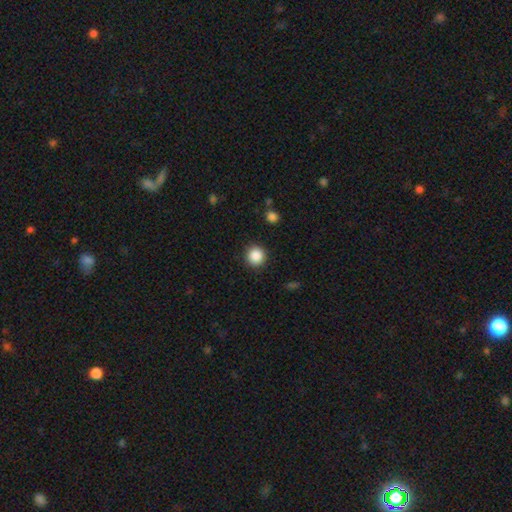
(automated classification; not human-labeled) Morphology: type=smooth (87%); roundness=round (94%); merging=none (90%).